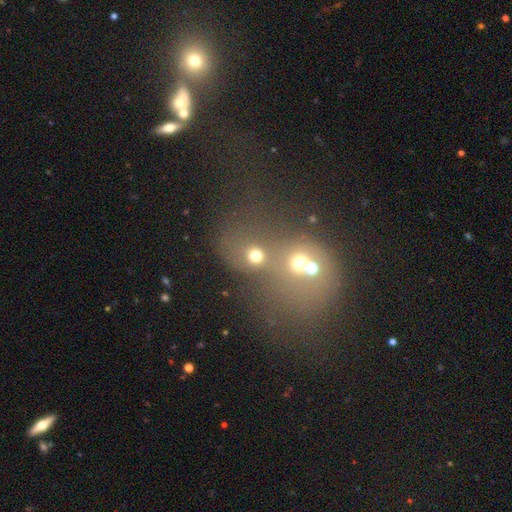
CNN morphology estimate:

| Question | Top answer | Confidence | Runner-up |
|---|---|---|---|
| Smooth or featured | smooth | 66% | star or artifact (21%) |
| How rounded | round | 77% | in between (22%) |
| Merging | merger | 49% | none (37%) |